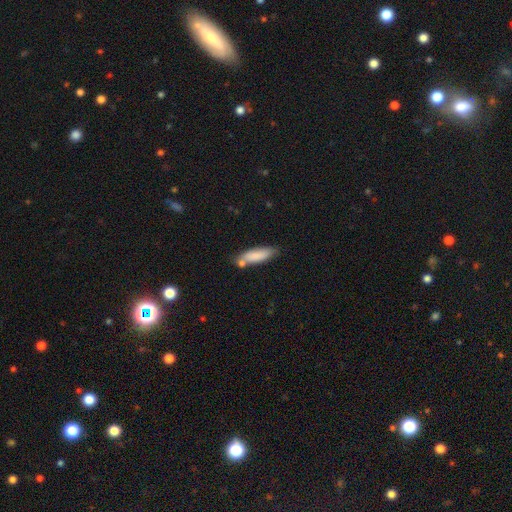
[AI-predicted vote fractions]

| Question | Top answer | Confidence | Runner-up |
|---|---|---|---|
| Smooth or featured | smooth | 81% | featured or disk (12%) |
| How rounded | cigar-shaped | 53% | in between (45%) |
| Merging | none | 60% | minor disturbance (19%) |